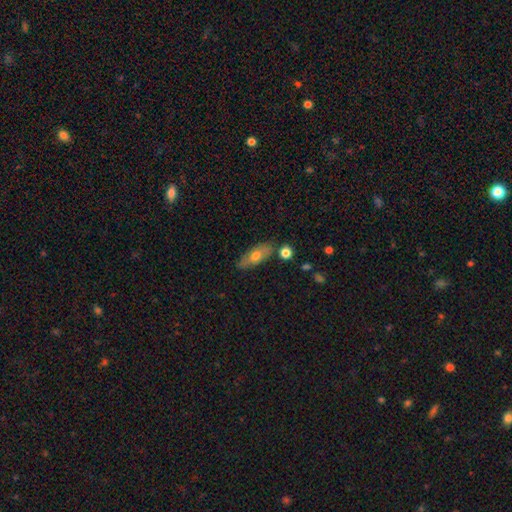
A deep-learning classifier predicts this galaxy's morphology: Q: Smooth or featured?
A: smooth (60%); runner-up: featured or disk (33%)
Q: How rounded?
A: in between (74%); runner-up: cigar-shaped (22%)
Q: Merging?
A: none (75%); runner-up: minor disturbance (15%)